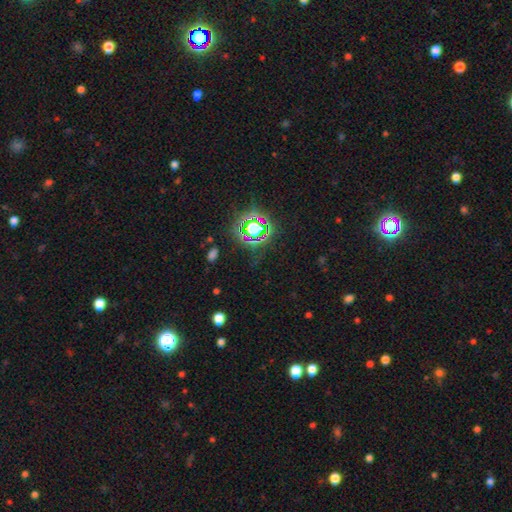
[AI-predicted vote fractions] smooth_or_featured: star or artifact (p=0.77) [alt: smooth p=0.15]